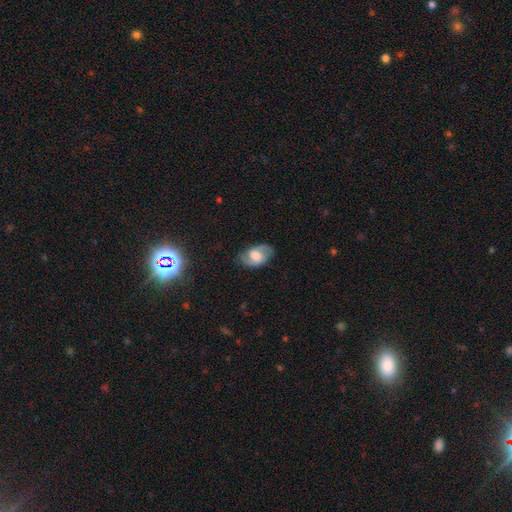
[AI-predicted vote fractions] Smooth or featured? featured or disk (62%)
Edge-on disk? no (95%)
Bar? weak (46%)
Spiral arms? yes (87%)
Spiral winding? medium (49%)
Spiral arm count? 2 (86%)
Bulge size? moderate (40%)
Merging? none (75%)